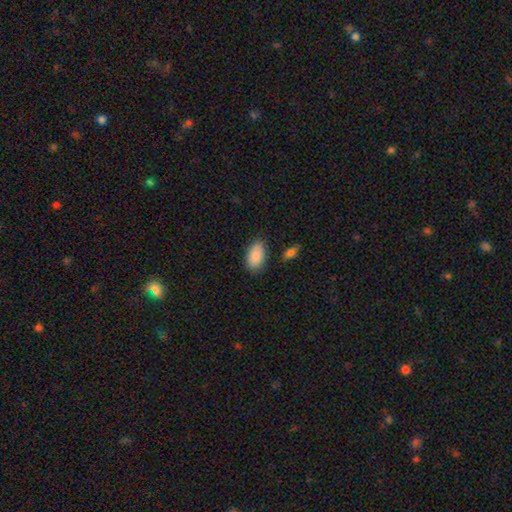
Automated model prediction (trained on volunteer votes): smooth-or-featured: smooth: 89% | star or artifact: 6% | featured or disk: 5%
  how-rounded: in between: 94% | round: 4% | cigar-shaped: 2%
  merging: none: 79% | minor disturbance: 15% | major disturbance: 3% | merger: 3%